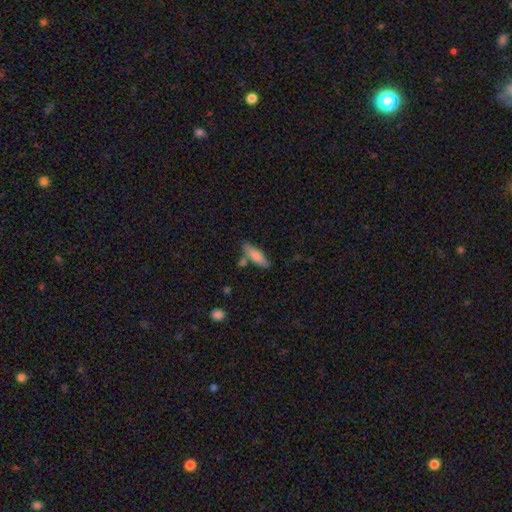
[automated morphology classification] This appears to be a smooth galaxy with no disk features (82%) that is in between round and cigar-shaped (54%). Merging: none (66%).